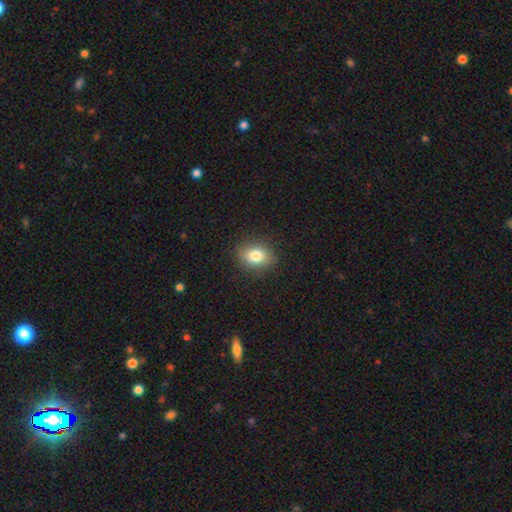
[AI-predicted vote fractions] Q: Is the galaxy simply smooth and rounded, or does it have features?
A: smooth — 80%.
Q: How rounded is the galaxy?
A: in between — 59%.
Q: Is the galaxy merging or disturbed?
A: none — 87%.